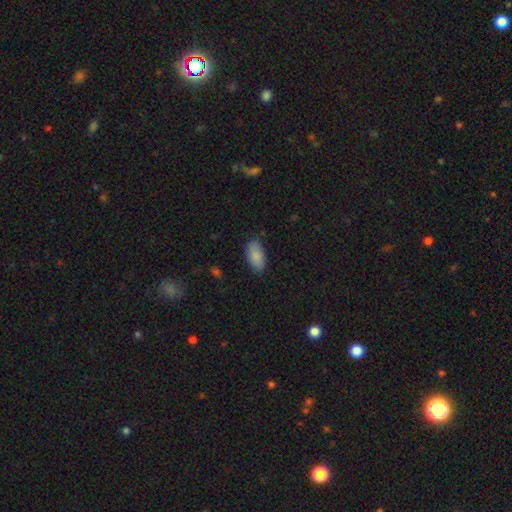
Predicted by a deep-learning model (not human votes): smooth 88%, star or artifact 7%, featured or disk 6%. Down the decision tree: how rounded — in between (93%); merging — none (83%).